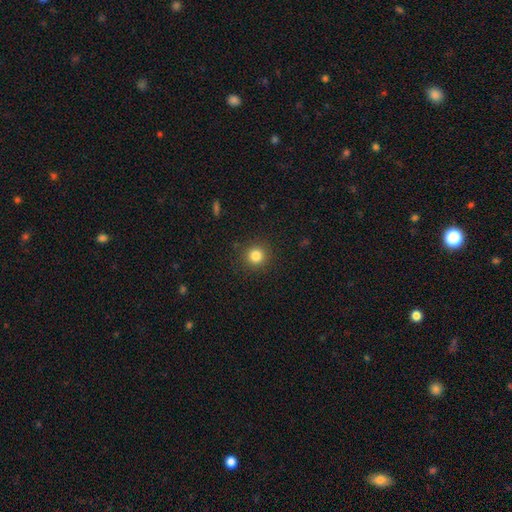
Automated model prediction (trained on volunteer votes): This is clearly a smooth galaxy (82%). How rounded: clearly round (93%). Merging: clearly none (90%).